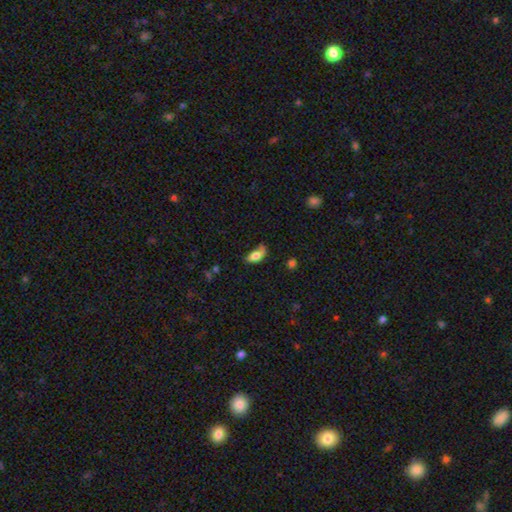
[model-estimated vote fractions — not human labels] smooth-or-featured: smooth: 74% | featured or disk: 18% | star or artifact: 8%
  how-rounded: in between: 86% | cigar-shaped: 10% | round: 5%
  merging: none: 42% | minor disturbance: 35% | major disturbance: 16% | merger: 7%